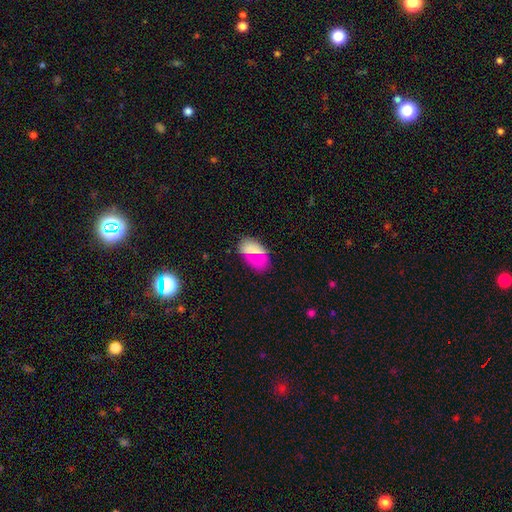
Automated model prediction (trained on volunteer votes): This appears to be a smooth galaxy with no disk features (73%) that is in between round and cigar-shaped (92%). Merging: none (83%).